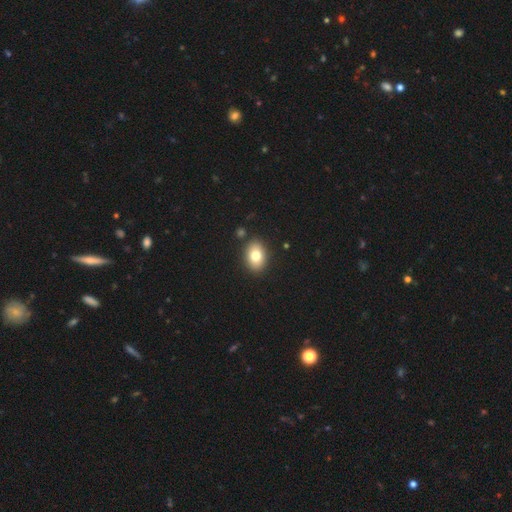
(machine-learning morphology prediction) A smooth galaxy with no disk features (78%) that is in between round and cigar-shaped (77%). Merging: none (87%).